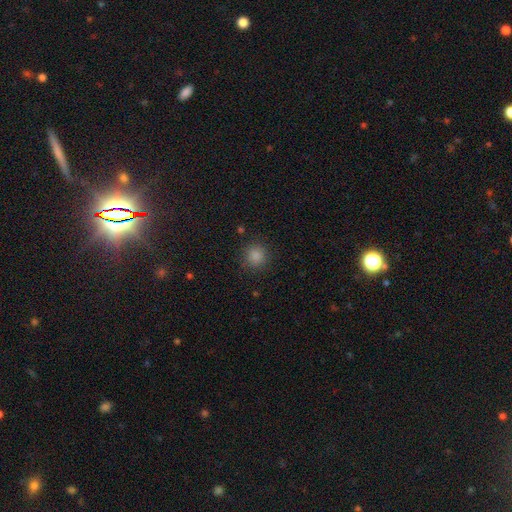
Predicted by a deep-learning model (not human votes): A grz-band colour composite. It shows a smooth galaxy with no disk features (85%) that is round (93%). Merging: none (89%).